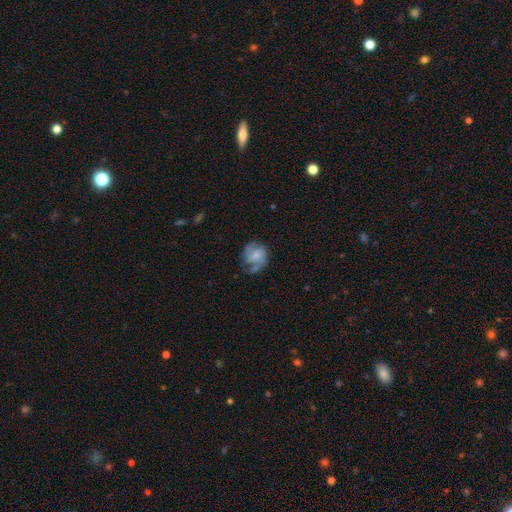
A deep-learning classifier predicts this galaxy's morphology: Smooth or featured? Predicted: featured or disk (p=0.52). Edge-on disk? Predicted: no (p=0.97). Bar? Predicted: no (p=0.66). Spiral arms? Predicted: yes (p=0.80). Bulge size? Predicted: small (p=0.32). Merging? Predicted: none (p=0.47).